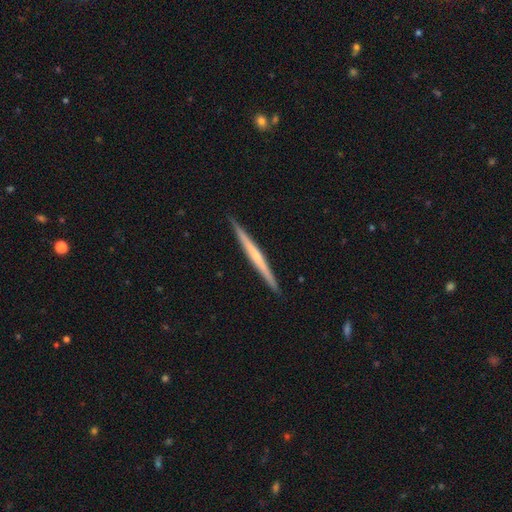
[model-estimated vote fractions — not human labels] smooth-or-featured: featured or disk: 60% | smooth: 35% | star or artifact: 5%
  disk-edge-on: yes: 98% | no: 2%
    edge-on-bulge: none: 74% | rounded: 20% | boxy: 7%
  merging: none: 92% | minor disturbance: 6% | major disturbance: 1% | merger: 1%